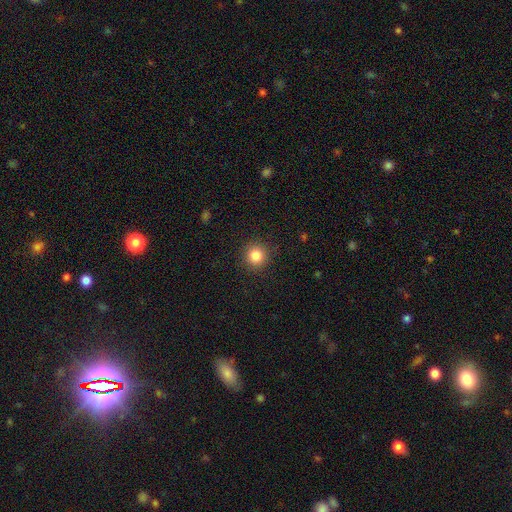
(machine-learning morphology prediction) Q: Smooth or featured?
A: smooth (84%); runner-up: star or artifact (11%)
Q: How rounded?
A: round (94%); runner-up: in between (5%)
Q: Merging?
A: none (91%); runner-up: minor disturbance (6%)